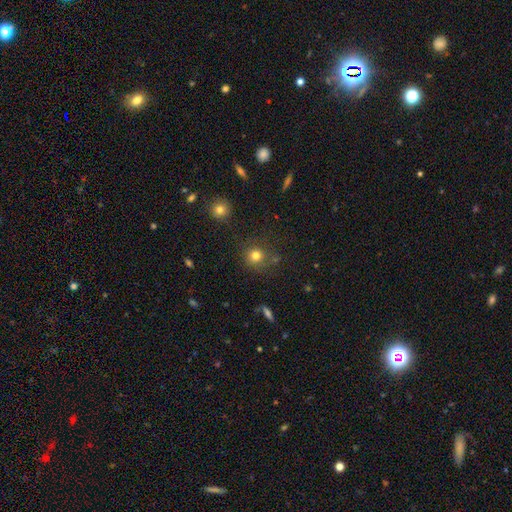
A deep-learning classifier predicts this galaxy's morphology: Q: Smooth or featured?
A: smooth (76%); runner-up: star or artifact (17%)
Q: How rounded?
A: round (90%); runner-up: in between (9%)
Q: Merging?
A: none (78%); runner-up: minor disturbance (12%)